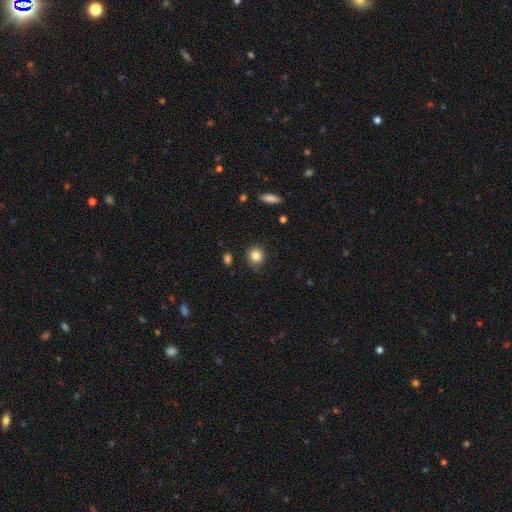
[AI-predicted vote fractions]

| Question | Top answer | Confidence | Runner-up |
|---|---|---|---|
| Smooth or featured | smooth | 85% | star or artifact (10%) |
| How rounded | round | 83% | in between (16%) |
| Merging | none | 82% | minor disturbance (13%) |